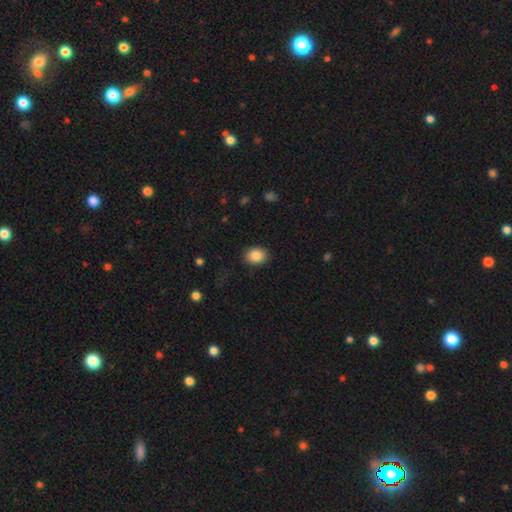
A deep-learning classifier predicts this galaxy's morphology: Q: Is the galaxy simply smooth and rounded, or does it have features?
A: smooth — 86%.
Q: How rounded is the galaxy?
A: in between — 53%.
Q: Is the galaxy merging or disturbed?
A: none — 89%.